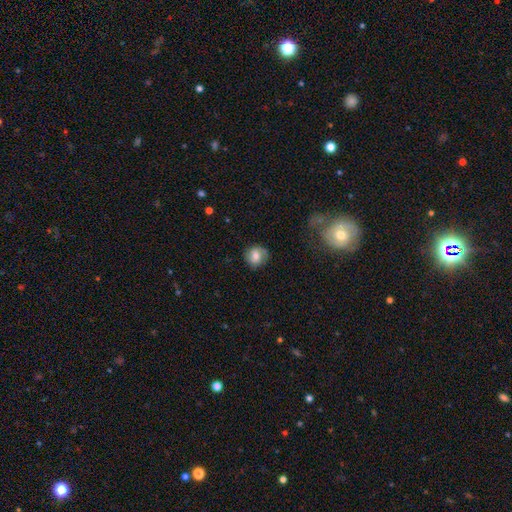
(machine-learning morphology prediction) Q: Smooth or featured?
A: smooth (70%); runner-up: featured or disk (21%)
Q: How rounded?
A: round (87%); runner-up: in between (12%)
Q: Merging?
A: none (78%); runner-up: minor disturbance (16%)